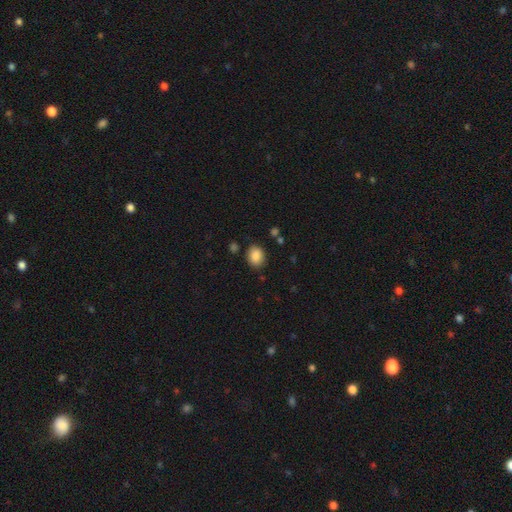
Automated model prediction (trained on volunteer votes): The model was most divided on "how rounded": in between: 52%, round: 47%, cigar-shaped: 1%. More confident: smooth or featured — smooth (87%); merging — none (84%).